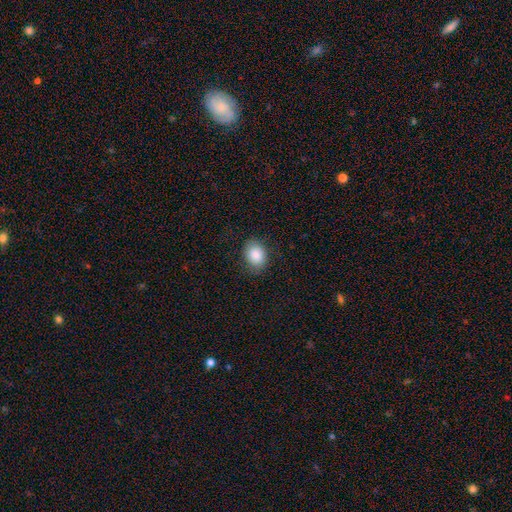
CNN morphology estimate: This appears to be a smooth galaxy with no disk features (86%) that is in between round and cigar-shaped (58%). Merging: none (80%).